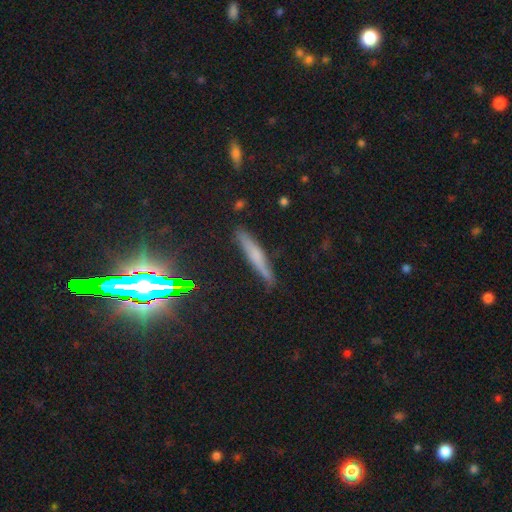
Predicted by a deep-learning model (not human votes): The model was most divided on "smooth or featured": smooth: 48%, featured or disk: 34%, star or artifact: 18%. More confident: merging — none (81%).